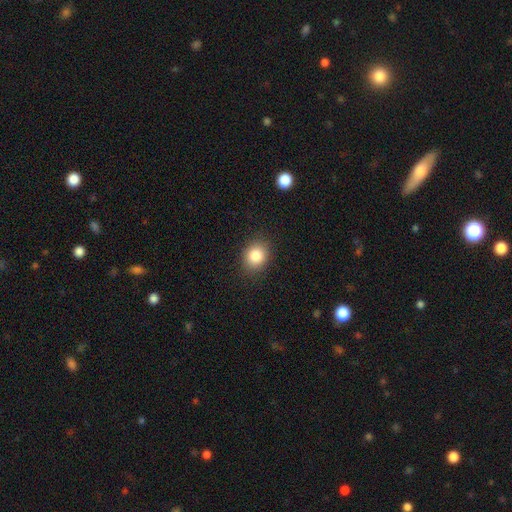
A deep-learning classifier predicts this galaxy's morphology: type=smooth (84%); roundness=round (62%); merging=none (87%).